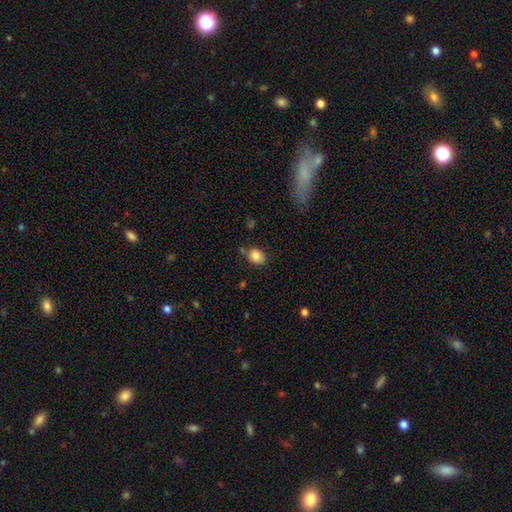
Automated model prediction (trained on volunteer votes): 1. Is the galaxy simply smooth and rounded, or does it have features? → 84% smooth, 9% star or artifact, 8% featured or disk.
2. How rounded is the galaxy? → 65% in between, 34% round, 1% cigar-shaped.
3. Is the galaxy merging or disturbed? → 75% none, 16% minor disturbance, 5% merger, 4% major disturbance.